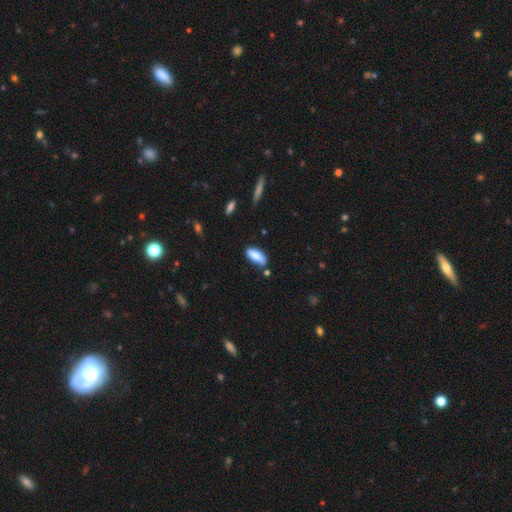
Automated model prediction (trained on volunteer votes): This appears to be a smooth galaxy with no disk features (84%) that is in between round and cigar-shaped (79%). Merging: none (72%).